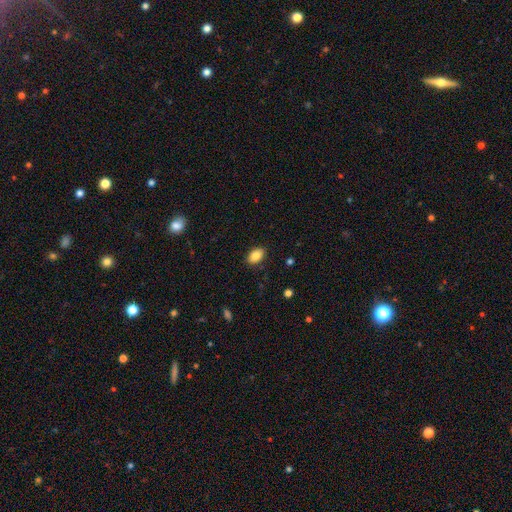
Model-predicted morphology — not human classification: Smooth or featured? smooth (87%)
How rounded? in between (88%)
Merging? none (88%)